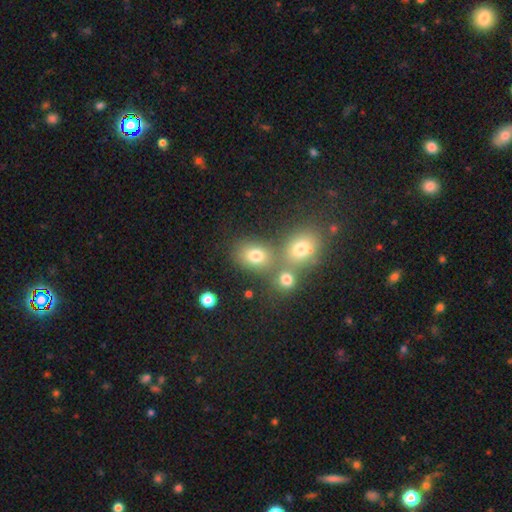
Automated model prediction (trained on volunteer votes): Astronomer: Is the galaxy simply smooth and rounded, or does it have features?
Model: smooth — 74%.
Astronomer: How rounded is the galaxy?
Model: in between — 50% (runner-up: round, 48%).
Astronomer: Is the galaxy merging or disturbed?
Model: none — 55%.